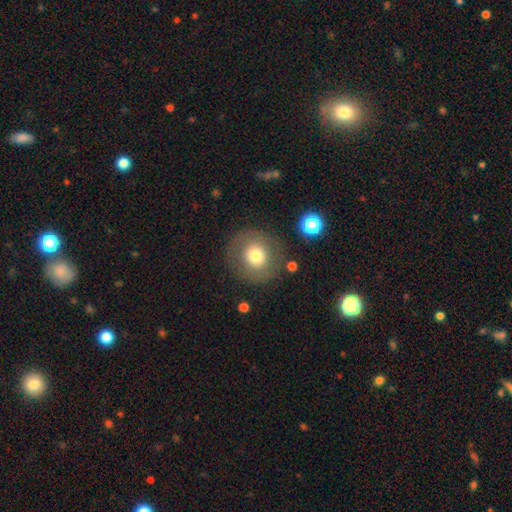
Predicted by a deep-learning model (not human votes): A smooth galaxy with no disk features (67%) that is round (91%).

Vote fractions:
- Smooth or featured? smooth: 67% / featured or disk: 23% / star or artifact: 10%
- How rounded? round: 91% / in between: 8% / cigar-shaped: 1%
- Merging? none: 83% / minor disturbance: 9% / major disturbance: 5% / merger: 2%